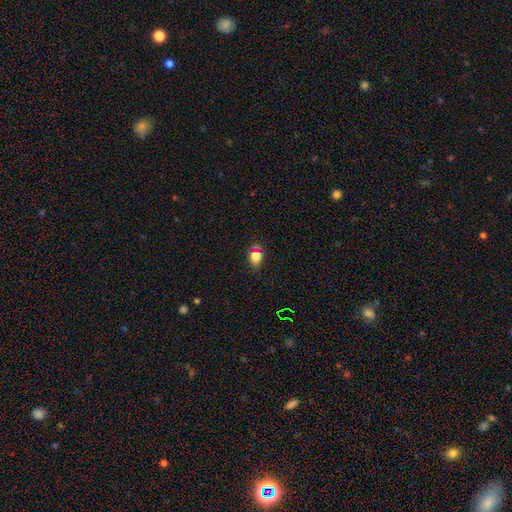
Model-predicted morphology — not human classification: smooth_or_featured: smooth (p=0.76) [alt: star or artifact p=0.17]
how_rounded: in between (p=0.68) [alt: round p=0.30]
merging: none (p=0.76) [alt: minor disturbance p=0.16]